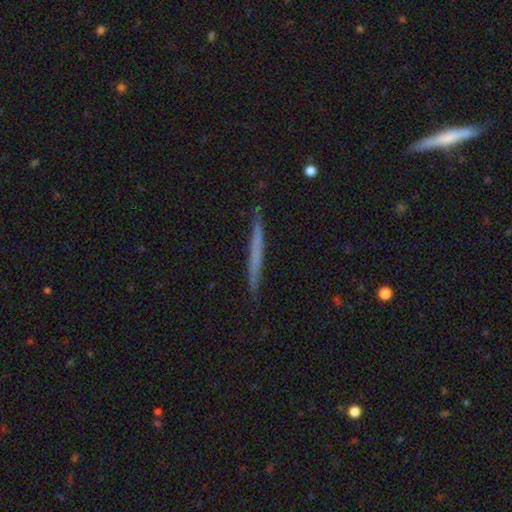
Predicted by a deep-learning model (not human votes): This appears to be a smooth galaxy with no disk features (49%). Merging: none (89%).